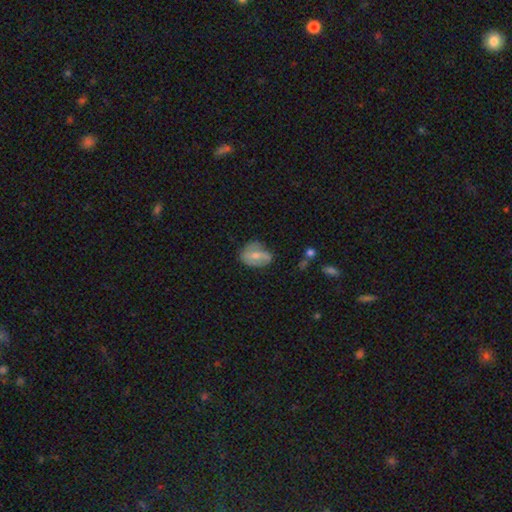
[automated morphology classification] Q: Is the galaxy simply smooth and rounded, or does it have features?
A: smooth — 51%.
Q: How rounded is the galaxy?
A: in between — 68%.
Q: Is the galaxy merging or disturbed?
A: none — 53%.